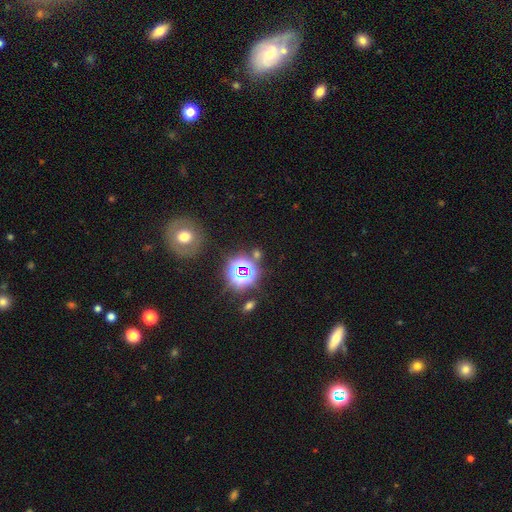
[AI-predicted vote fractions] Smooth or featured?
  - star or artifact: 65% *
  - smooth: 24%
  - featured or disk: 11%